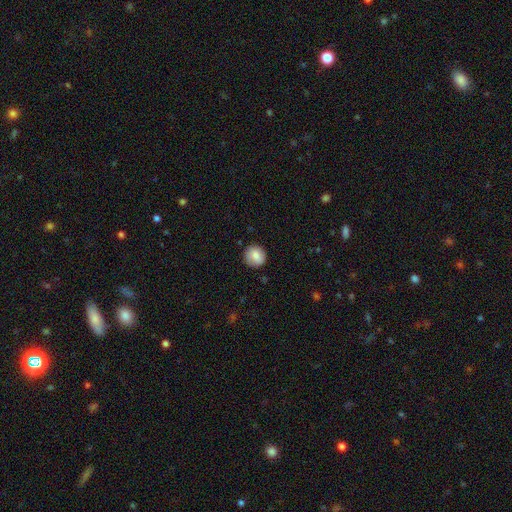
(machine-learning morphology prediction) type=smooth (84%); roundness=round (92%); merging=none (87%).